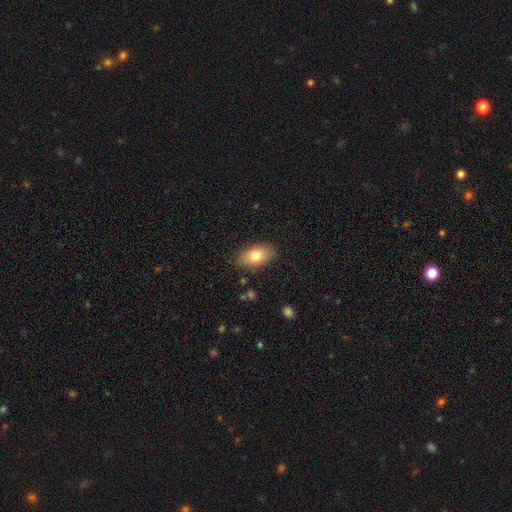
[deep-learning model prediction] Smooth or featured?
  - smooth: 77% *
  - featured or disk: 16%
  - star or artifact: 7%
How rounded?
  - in between: 91% *
  - round: 6%
  - cigar-shaped: 3%
Merging?
  - none: 85% *
  - minor disturbance: 11%
  - major disturbance: 3%
  - merger: 1%